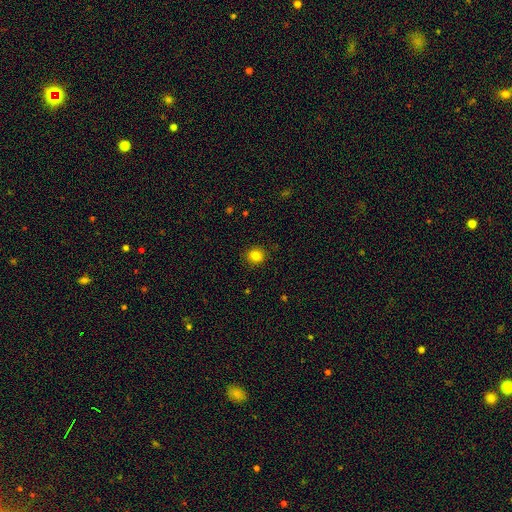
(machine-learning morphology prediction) type=smooth (83%); roundness=round (84%); merging=none (90%).